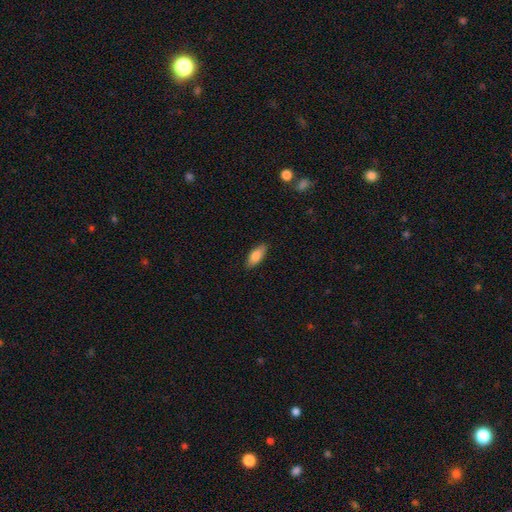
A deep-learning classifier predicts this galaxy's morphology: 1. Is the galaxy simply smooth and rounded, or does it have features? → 83% smooth, 10% featured or disk, 6% star or artifact.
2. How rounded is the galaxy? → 79% in between, 19% cigar-shaped, 2% round.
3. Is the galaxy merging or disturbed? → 87% none, 10% minor disturbance, 2% major disturbance, 1% merger.